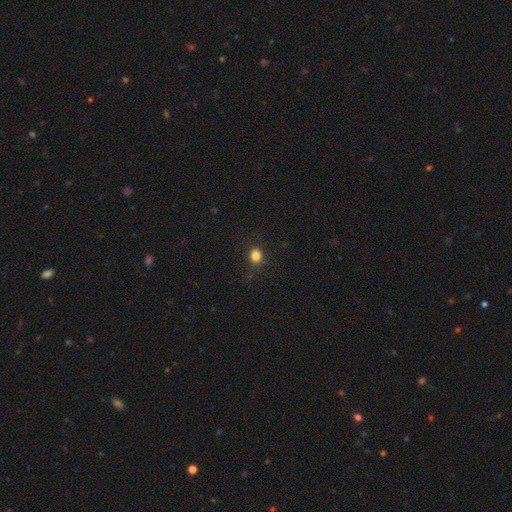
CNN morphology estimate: smooth-or-featured: smooth: 83% | star or artifact: 13% | featured or disk: 4%
  how-rounded: round: 67% | in between: 32% | cigar-shaped: 1%
  merging: none: 88% | minor disturbance: 9% | major disturbance: 3% | merger: 1%